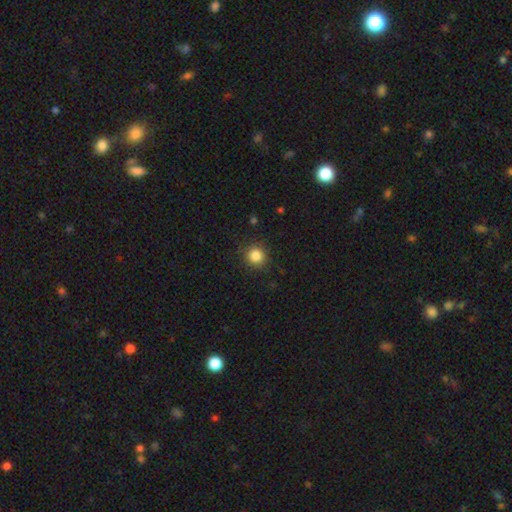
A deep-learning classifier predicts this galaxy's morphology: Smooth or featured?
  - smooth: 84% *
  - star or artifact: 11%
  - featured or disk: 4%
How rounded?
  - round: 92% *
  - in between: 7%
  - cigar-shaped: 1%
Merging?
  - none: 89% *
  - minor disturbance: 7%
  - major disturbance: 2%
  - merger: 1%